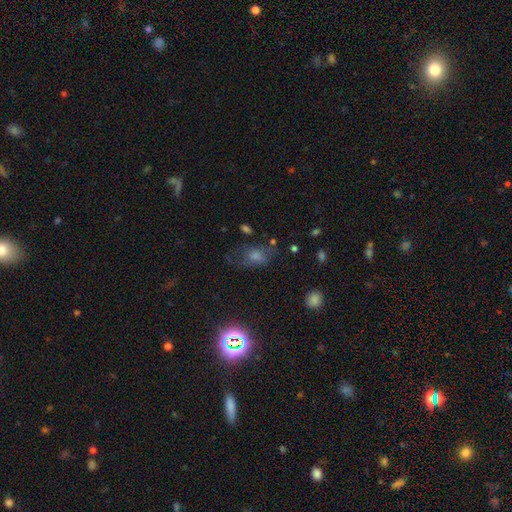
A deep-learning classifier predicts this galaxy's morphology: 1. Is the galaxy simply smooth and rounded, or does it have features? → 60% smooth, 20% featured or disk, 19% star or artifact.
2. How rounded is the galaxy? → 77% in between, 21% round, 3% cigar-shaped.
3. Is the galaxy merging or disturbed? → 43% none, 27% major disturbance, 25% minor disturbance, 4% merger.